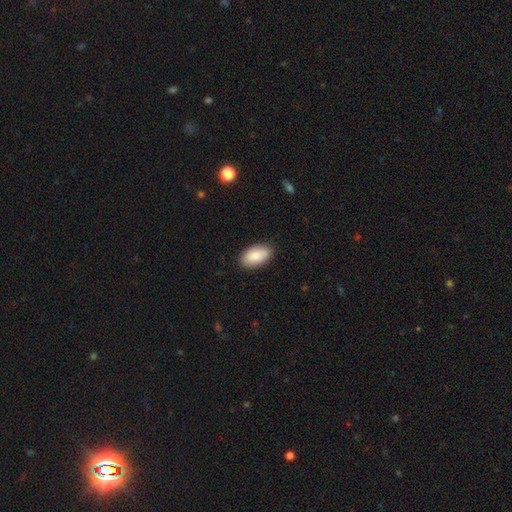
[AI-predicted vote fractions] Smooth or featured?
  - smooth: 84% *
  - featured or disk: 10%
  - star or artifact: 6%
How rounded?
  - in between: 94% *
  - round: 4%
  - cigar-shaped: 2%
Merging?
  - none: 86% *
  - minor disturbance: 11%
  - major disturbance: 2%
  - merger: 1%